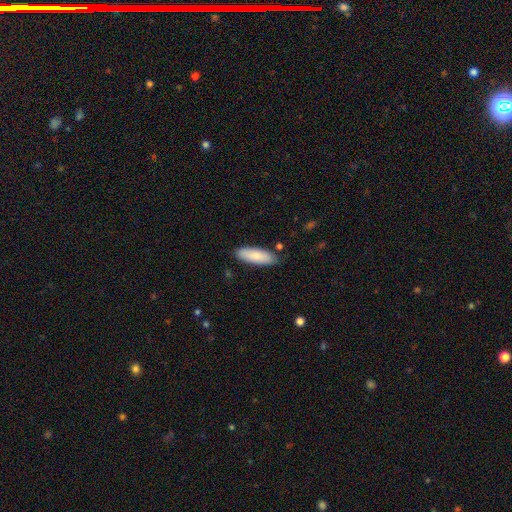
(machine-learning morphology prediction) Smooth or featured: smooth — 84% (featured or disk — 10%)
How rounded: in between — 62% (cigar-shaped — 36%)
Merging: none — 84% (minor disturbance — 12%)